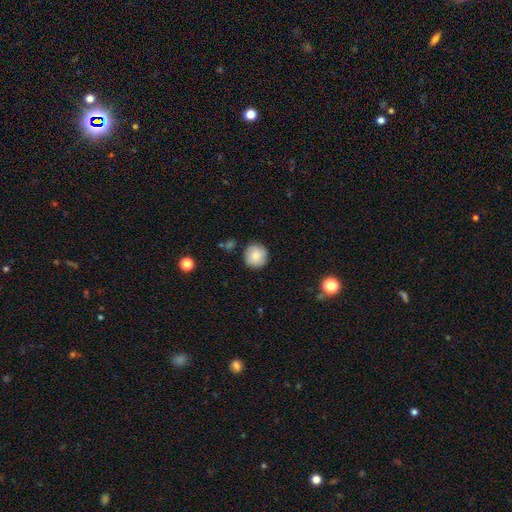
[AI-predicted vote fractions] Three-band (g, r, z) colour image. It shows a smooth galaxy with no disk features (83%) that is round (94%). Merging: none (86%).